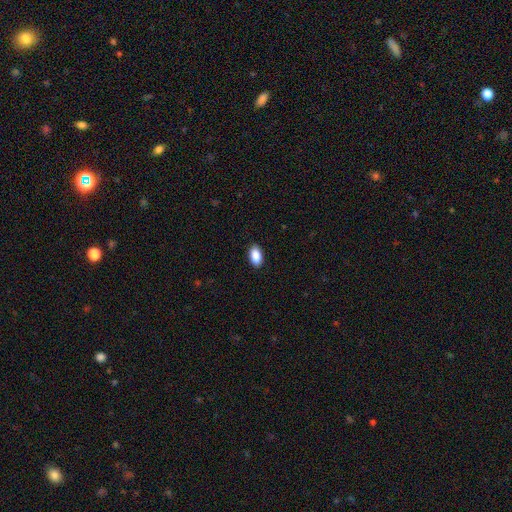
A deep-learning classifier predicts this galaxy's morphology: type=smooth (90%); roundness=in between (94%); merging=none (90%).